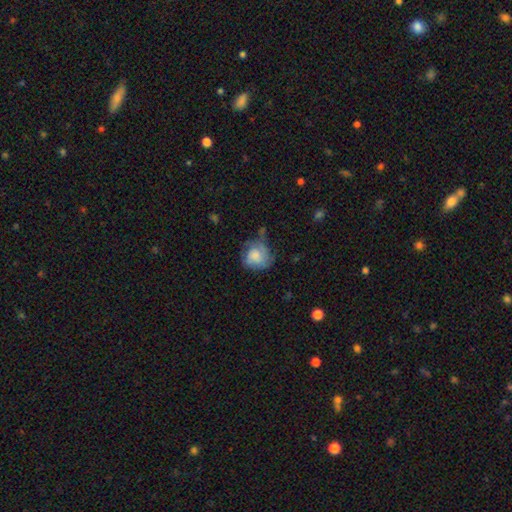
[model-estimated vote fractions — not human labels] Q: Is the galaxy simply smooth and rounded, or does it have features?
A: smooth — 63%.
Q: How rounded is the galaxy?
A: round — 72%.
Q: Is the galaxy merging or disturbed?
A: none — 42%.